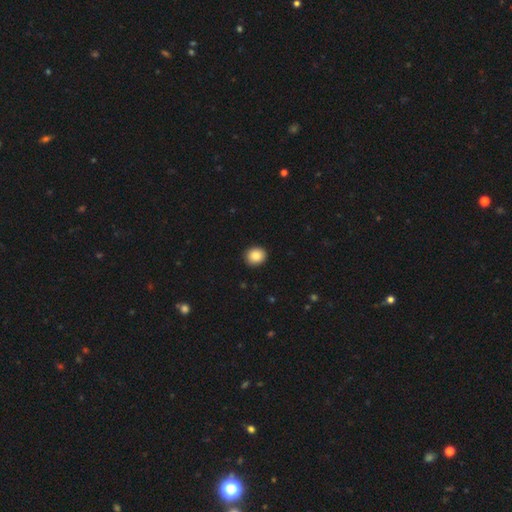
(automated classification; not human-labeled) This is clearly a smooth galaxy (87%). How rounded: likely round (78%). Merging: clearly none (92%).